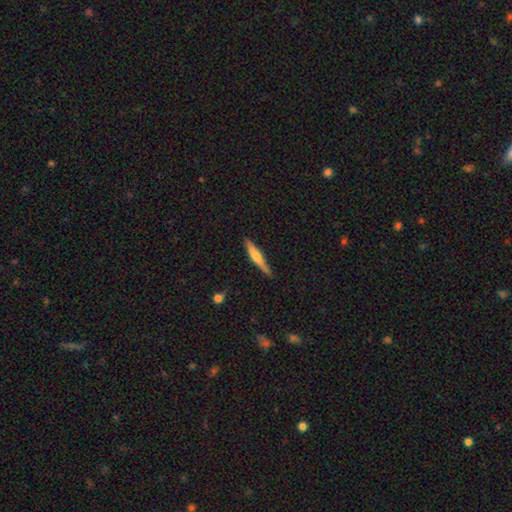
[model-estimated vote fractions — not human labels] This is possibly a featured or disk galaxy (51%). It is clearly viewed edge-on (96%). Merging: clearly none (85%).